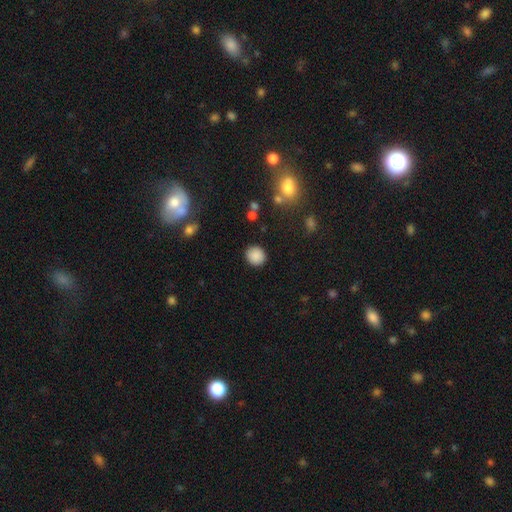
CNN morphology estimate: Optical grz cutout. It shows a smooth galaxy with no disk features (87%) that is round (85%). Merging: none (89%).